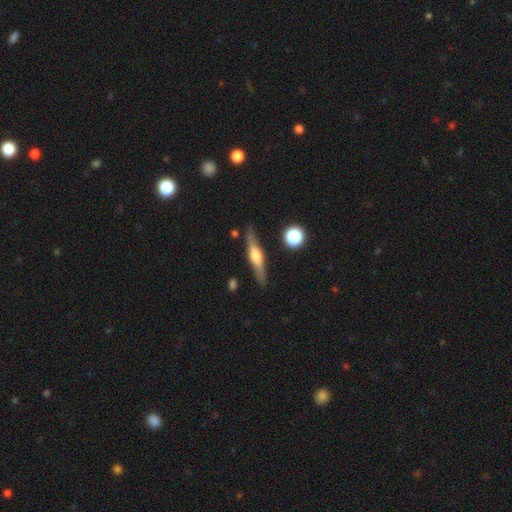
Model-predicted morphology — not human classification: Smooth or featured? featured or disk (69%)
Edge-on disk? yes (96%)
Edge-on bulge? rounded (87%)
Merging? none (86%)